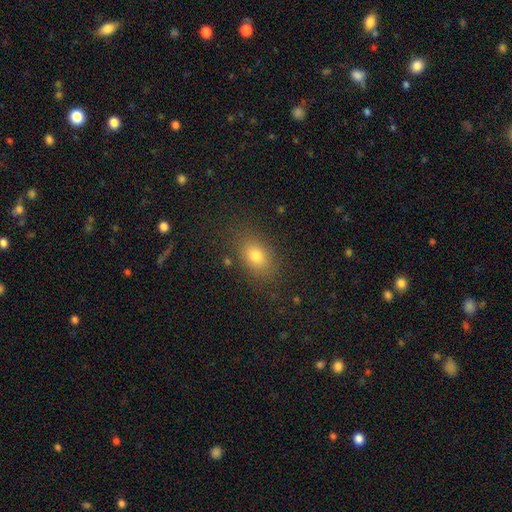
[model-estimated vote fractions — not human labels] Smooth or featured? smooth (76%)
How rounded? in between (80%)
Merging? none (82%)